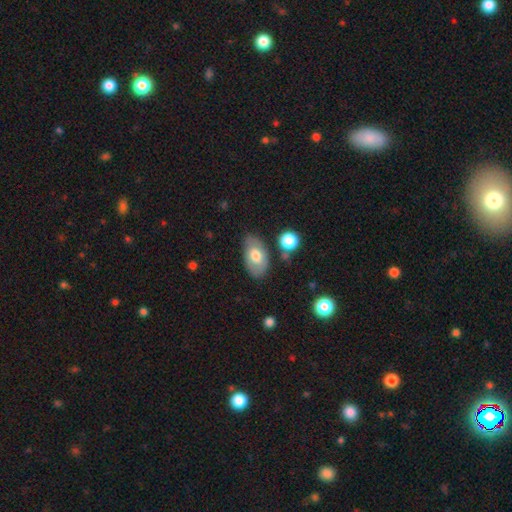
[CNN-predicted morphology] type=smooth (66%); roundness=in between (93%); merging=none (68%).